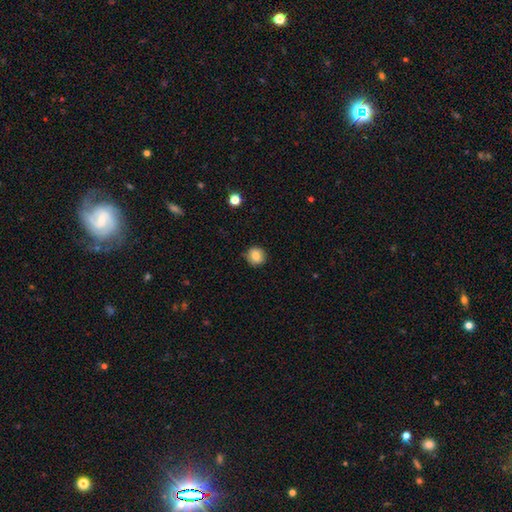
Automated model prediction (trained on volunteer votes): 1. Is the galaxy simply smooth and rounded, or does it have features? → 83% smooth, 9% star or artifact, 8% featured or disk.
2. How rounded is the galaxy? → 90% round, 9% in between, 1% cigar-shaped.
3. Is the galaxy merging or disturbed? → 87% none, 9% minor disturbance, 2% major disturbance, 1% merger.